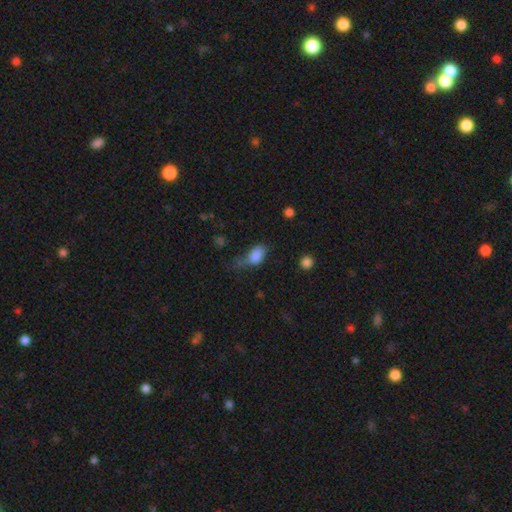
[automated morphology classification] A smooth galaxy with no disk features (83%) that is in between round and cigar-shaped (87%). Merging: minor disturbance (34%).